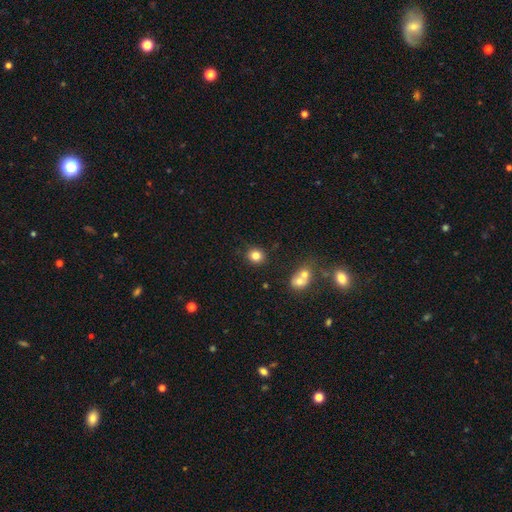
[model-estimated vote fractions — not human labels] A smooth galaxy with no disk features (82%) that is round (84%).

Vote fractions:
- Smooth or featured? smooth: 82% / star or artifact: 12% / featured or disk: 6%
- How rounded? round: 84% / in between: 15% / cigar-shaped: 1%
- Merging? none: 85% / minor disturbance: 8% / merger: 4% / major disturbance: 3%